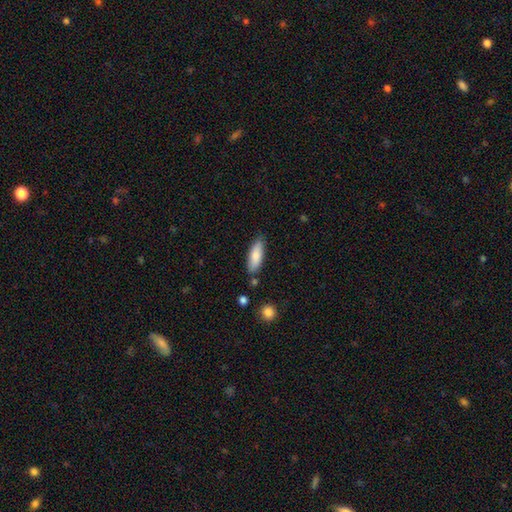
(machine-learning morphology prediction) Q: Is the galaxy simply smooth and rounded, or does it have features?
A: smooth — 83%.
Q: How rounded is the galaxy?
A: in between — 59%.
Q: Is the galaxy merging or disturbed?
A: none — 81%.